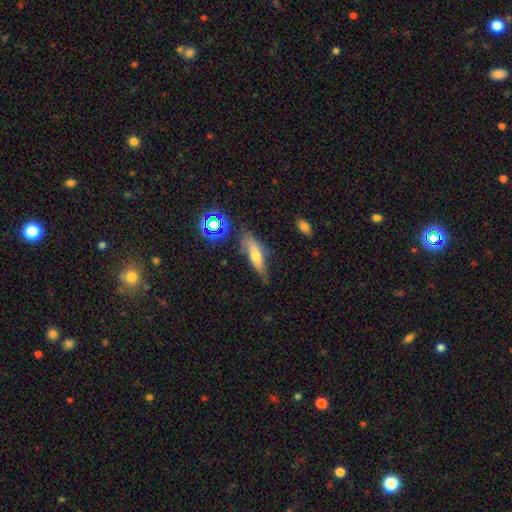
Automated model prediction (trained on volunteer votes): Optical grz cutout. It shows a smooth galaxy with no disk features (51%) that is cigar-shaped (55%). Merging: none (61%).